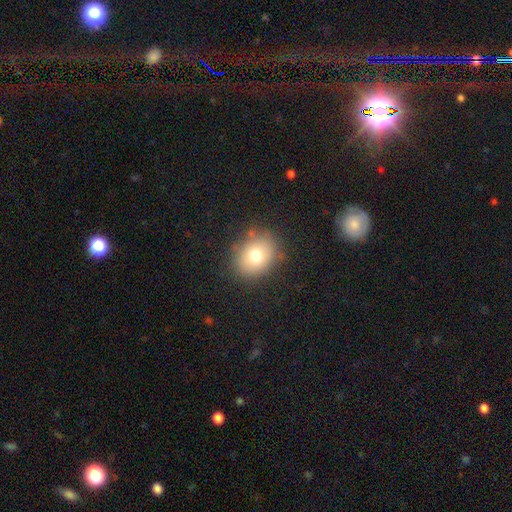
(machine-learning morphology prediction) The model was most divided on "how rounded": round: 60%, in between: 39%, cigar-shaped: 1%. More confident: merging — none (82%); smooth or featured — smooth (73%).